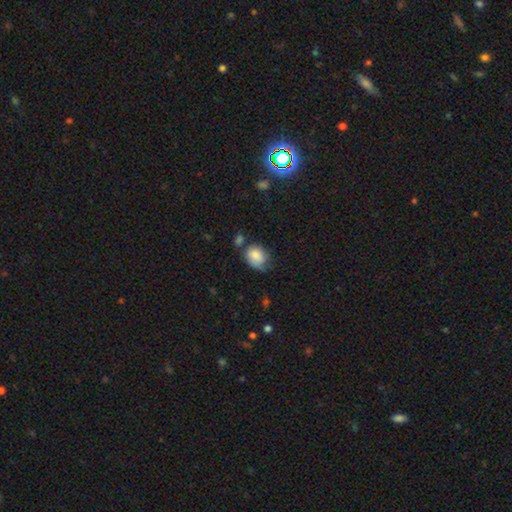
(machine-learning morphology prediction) This is clearly a smooth galaxy (81%). How rounded: possibly round (50%). Merging: possibly none (47%).